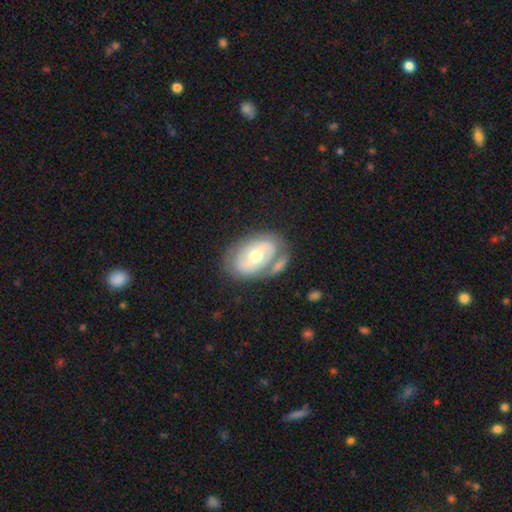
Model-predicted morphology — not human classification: Overall: featured or disk (62%; smooth 32%). Edge-on disk: no (93%). Bar: no (49%; weak 32%). Spiral arms: no (53%; yes 47%). Bulge size: moderate (73%). Merging: none (60%).